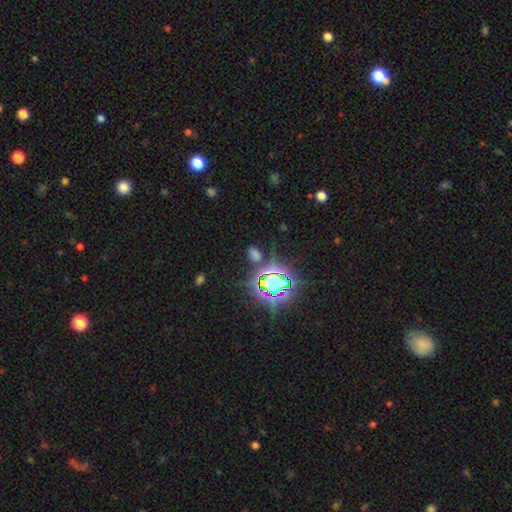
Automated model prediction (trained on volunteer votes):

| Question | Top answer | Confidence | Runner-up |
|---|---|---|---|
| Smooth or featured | star or artifact | 57% | smooth (35%) |